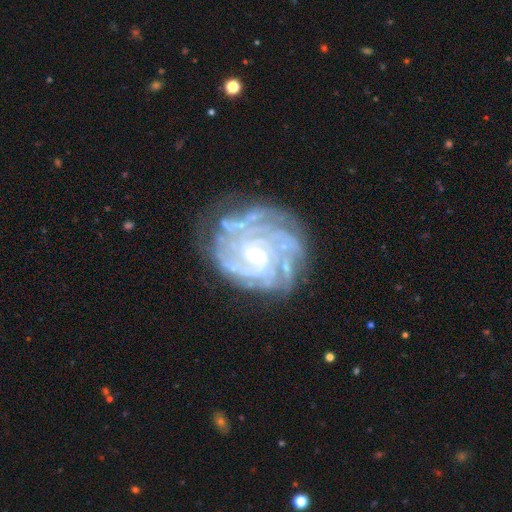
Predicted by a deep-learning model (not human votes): Smooth or featured: featured or disk — 89% (star or artifact — 6%)
Edge-on disk: no — 98% (yes — 2%)
Bar: no — 66% (weak — 27%)
Spiral arms: yes — 97% (no — 3%)
Spiral winding: tight — 77% (medium — 20%)
Spiral arm count: can't tell — 28% (4 — 23%)
Bulge size: small — 58% (moderate — 37%)
Merging: none — 71% (minor disturbance — 19%)